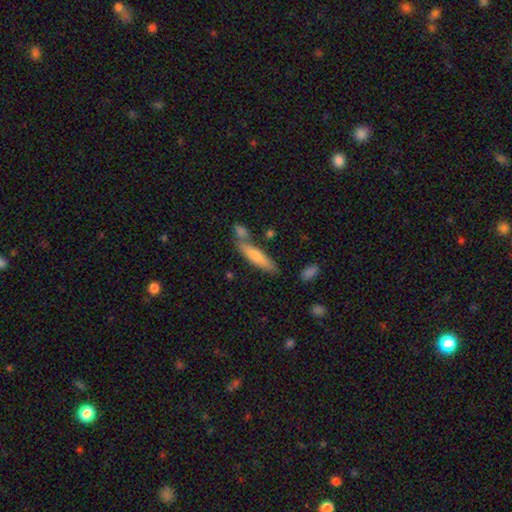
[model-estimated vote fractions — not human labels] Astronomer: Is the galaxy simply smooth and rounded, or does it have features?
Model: smooth — 67%.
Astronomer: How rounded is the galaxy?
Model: cigar-shaped — 80%.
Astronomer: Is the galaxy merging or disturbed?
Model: none — 64%.